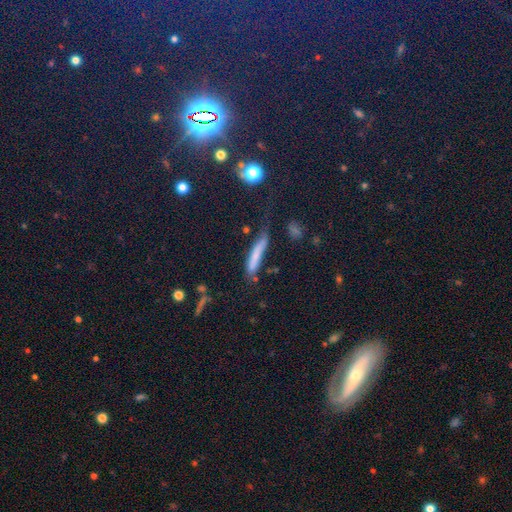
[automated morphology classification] Smooth or featured: smooth — 70% (featured or disk — 19%)
How rounded: cigar-shaped — 88% (in between — 9%)
Merging: none — 51% (minor disturbance — 27%)